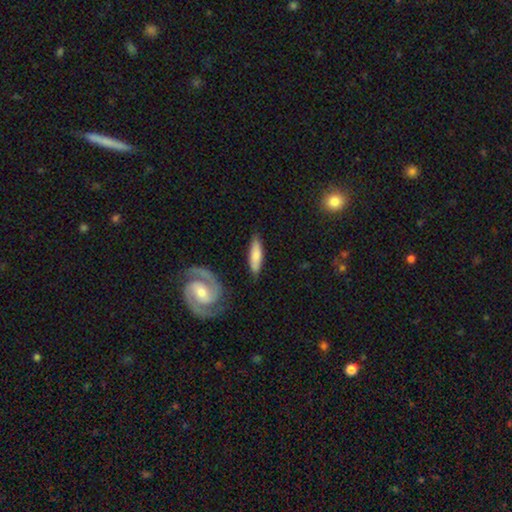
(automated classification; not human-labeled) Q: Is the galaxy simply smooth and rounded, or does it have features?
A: smooth — 67%.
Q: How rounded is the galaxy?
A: cigar-shaped — 64%.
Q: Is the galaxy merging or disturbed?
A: none — 78%.